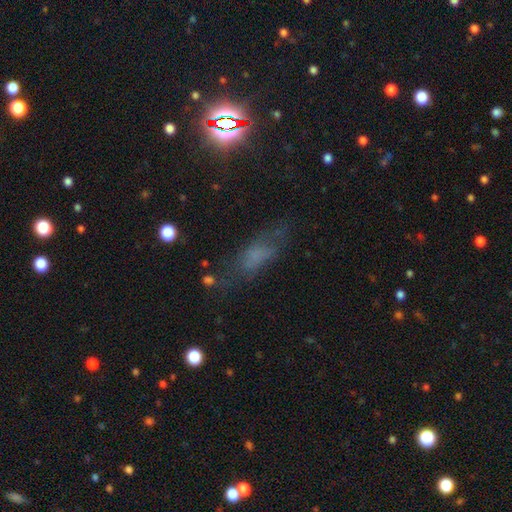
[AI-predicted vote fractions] Overall: smooth (50%; featured or disk 29%). How rounded: in between (59%; cigar-shaped 36%). Merging: none (58%; minor disturbance 23%).